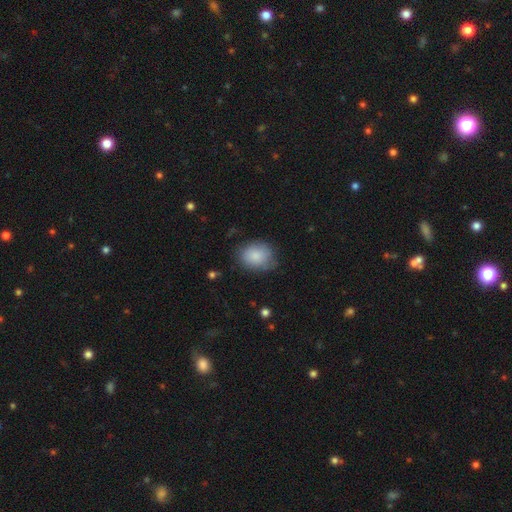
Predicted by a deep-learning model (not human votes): Smooth or featured? Predicted: smooth (p=0.85). How rounded? Predicted: in between (p=0.54). Merging? Predicted: none (p=0.71).